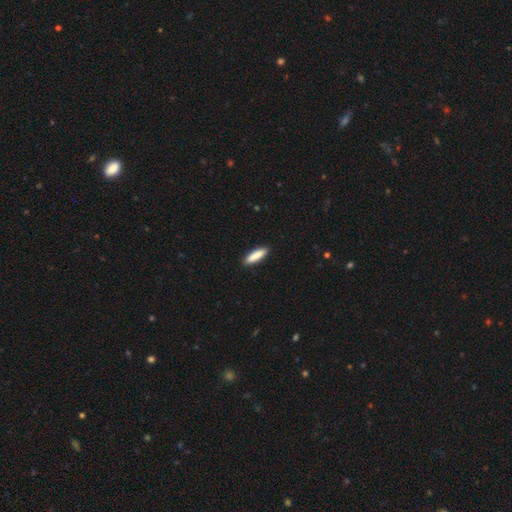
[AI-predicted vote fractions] Smooth or featured? Predicted: smooth (p=0.87). How rounded? Predicted: cigar-shaped (p=0.70). Merging? Predicted: none (p=0.91).